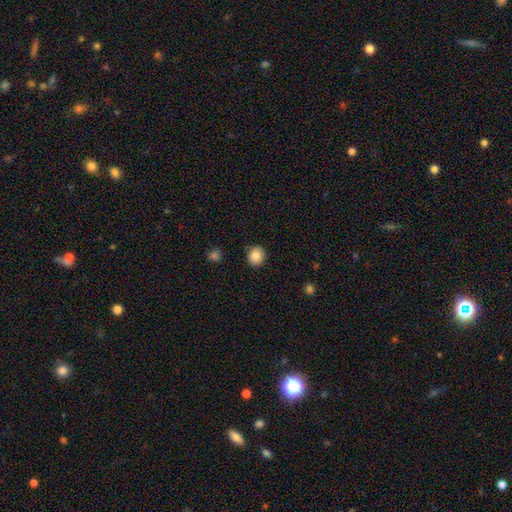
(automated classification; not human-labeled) A smooth galaxy with no disk features (87%) that is round (82%).

Vote fractions:
- Smooth or featured? smooth: 87% / star or artifact: 9% / featured or disk: 4%
- How rounded? round: 82% / in between: 18% / cigar-shaped: 1%
- Merging? none: 88% / minor disturbance: 8% / major disturbance: 2% / merger: 1%